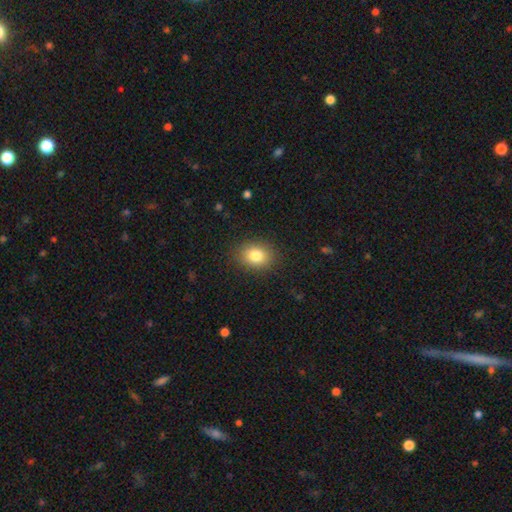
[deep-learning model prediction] Smooth or featured? Predicted: smooth (p=0.82). How rounded? Predicted: in between (p=0.60). Merging? Predicted: none (p=0.87).